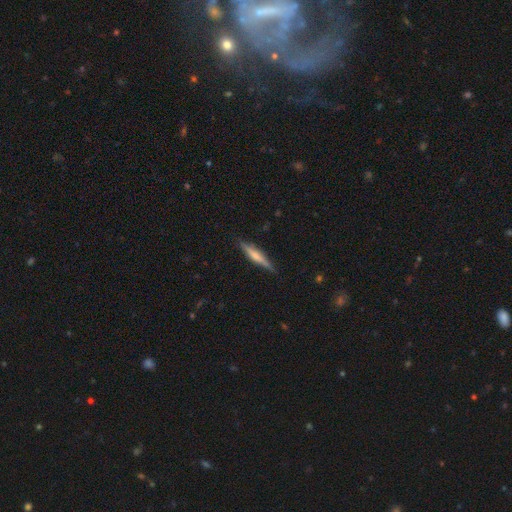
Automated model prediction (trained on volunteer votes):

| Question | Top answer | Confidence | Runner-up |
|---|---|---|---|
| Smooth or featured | featured or disk | 52% | smooth (42%) |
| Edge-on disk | yes | 95% | no (5%) |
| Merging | none | 84% | minor disturbance (12%) |